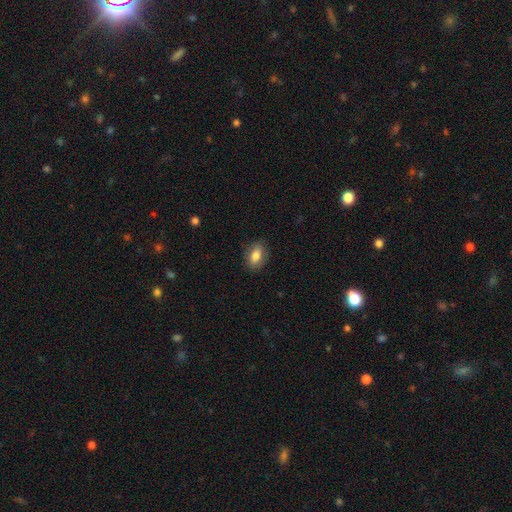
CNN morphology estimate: smooth 81%, featured or disk 11%, star or artifact 7%. Down the decision tree: how rounded — in between (85%); merging — none (84%).